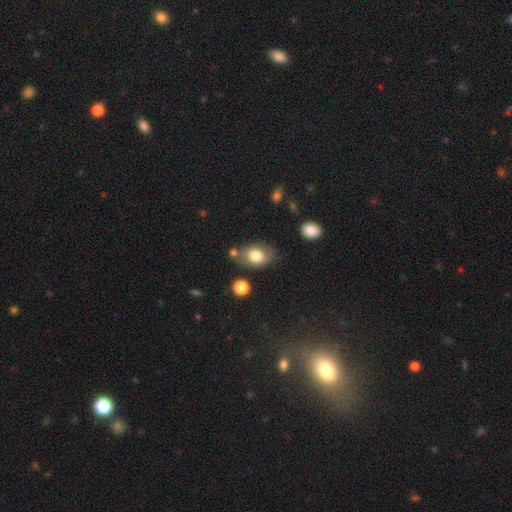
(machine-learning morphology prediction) The model was most divided on "merging": none: 66%, minor disturbance: 18%, merger: 9%, major disturbance: 6%. More confident: how rounded — in between (81%); smooth or featured — smooth (77%).